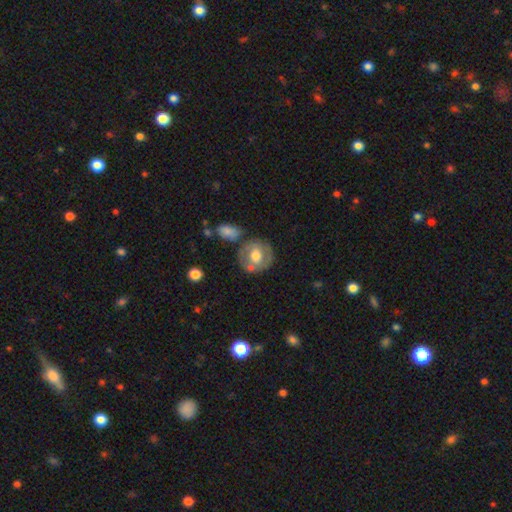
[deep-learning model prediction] A smooth galaxy with no disk features (48%).

Vote fractions:
- Smooth or featured? smooth: 48% / featured or disk: 45% / star or artifact: 6%
- Merging? none: 68% / minor disturbance: 15% / merger: 12% / major disturbance: 5%